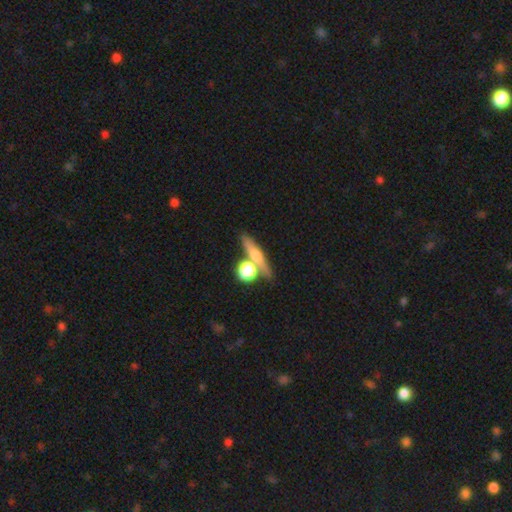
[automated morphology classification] The model was most divided on "smooth or featured": smooth: 48%, featured or disk: 41%, star or artifact: 11%. More confident: merging — none (67%).